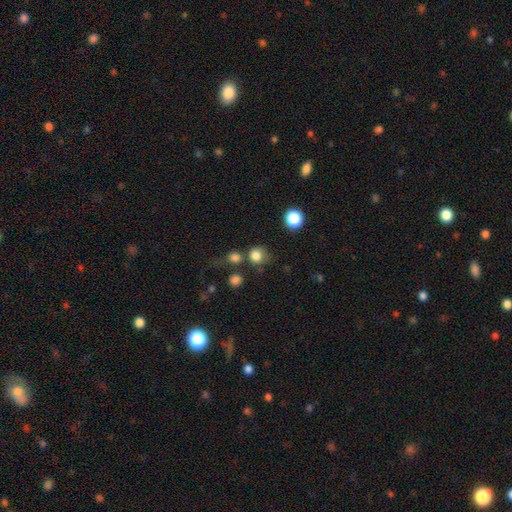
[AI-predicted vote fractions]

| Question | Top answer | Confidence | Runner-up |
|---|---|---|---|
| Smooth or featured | smooth | 81% | star or artifact (13%) |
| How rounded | round | 86% | in between (13%) |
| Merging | none | 63% | minor disturbance (15%) |